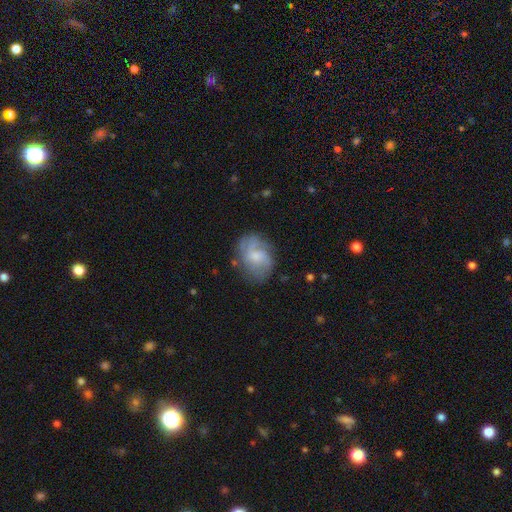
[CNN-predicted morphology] Smooth or featured? featured or disk (64%)
Edge-on disk? no (97%)
Bar? no (60%)
Spiral arms? yes (86%)
Spiral winding? medium (45%)
Spiral arm count? 2 (37%)
Bulge size? small (48%)
Merging? none (65%)